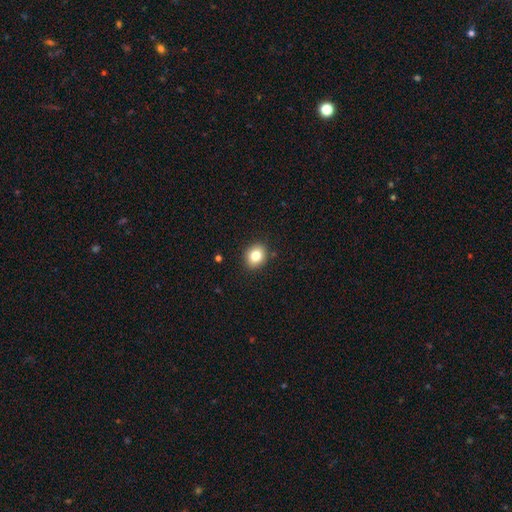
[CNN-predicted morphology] type=smooth (81%); roundness=round (61%); merging=none (90%).